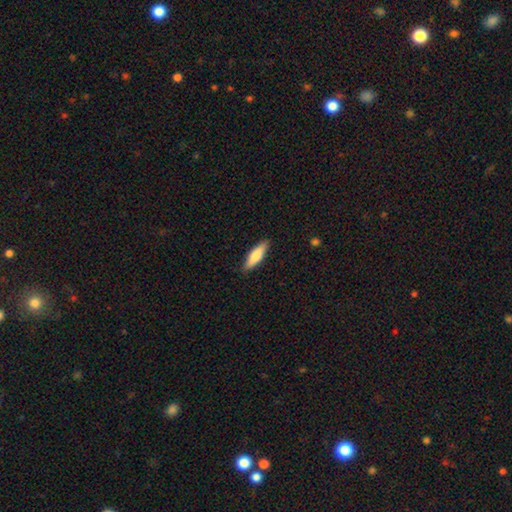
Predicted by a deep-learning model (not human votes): This appears to be a smooth galaxy with no disk features (71%) that is cigar-shaped (60%). Merging: none (89%).